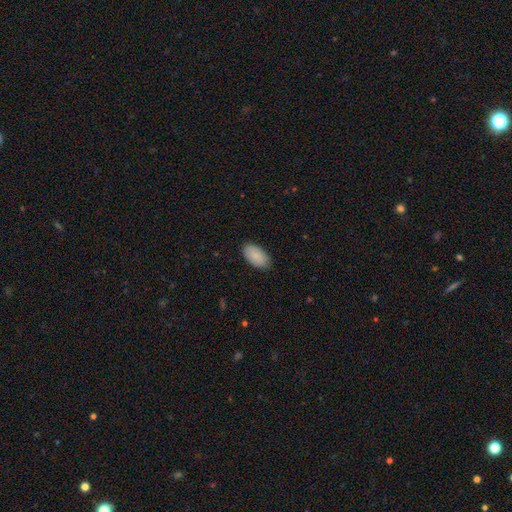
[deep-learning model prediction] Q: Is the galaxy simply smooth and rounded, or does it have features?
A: smooth — 88%.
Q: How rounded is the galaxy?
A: in between — 95%.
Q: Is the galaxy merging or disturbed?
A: none — 86%.